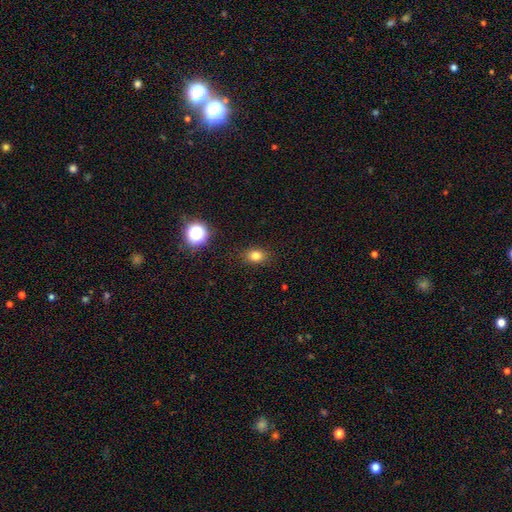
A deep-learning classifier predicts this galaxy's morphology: This is likely a smooth galaxy (80%). How rounded: possibly in between (58%). Merging: clearly none (86%).